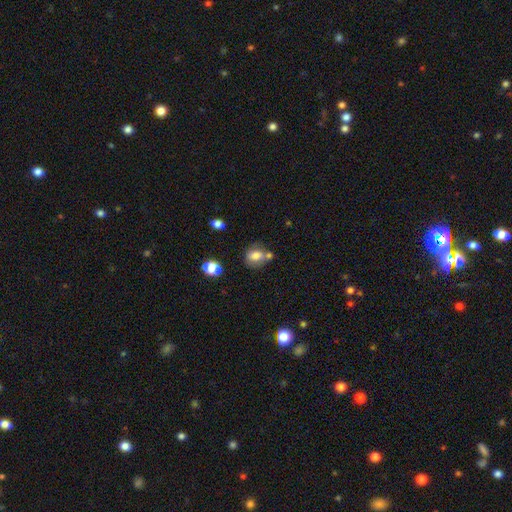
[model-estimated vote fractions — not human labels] Smooth or featured: smooth — 77% (featured or disk — 13%)
How rounded: round — 56% (in between — 43%)
Merging: none — 53% (merger — 24%)